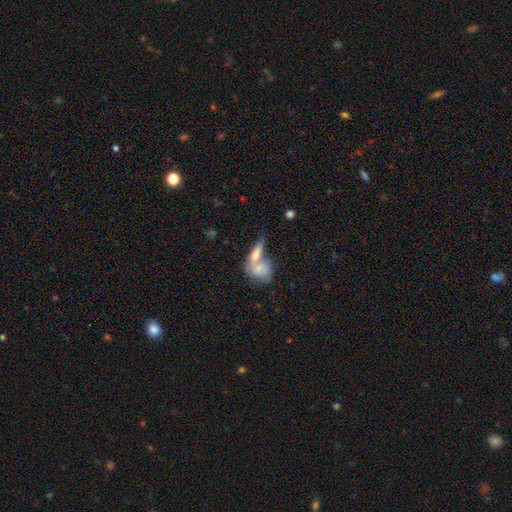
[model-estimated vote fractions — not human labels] Q: Smooth or featured?
A: smooth (57%); runner-up: featured or disk (36%)
Q: How rounded?
A: in between (55%); runner-up: cigar-shaped (27%)
Q: Merging?
A: merger (54%); runner-up: none (31%)